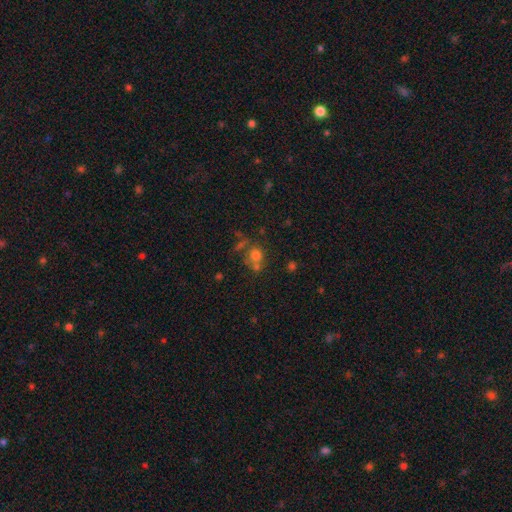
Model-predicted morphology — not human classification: Overall: smooth (67%). How rounded: round (73%). Merging: none (44%; merger 36%).